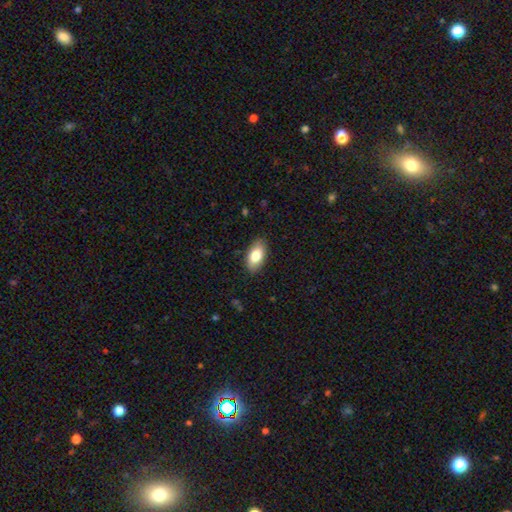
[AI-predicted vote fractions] The model was most divided on "smooth or featured": smooth: 80%, featured or disk: 13%, star or artifact: 6%. More confident: how rounded — in between (92%); merging — none (86%).